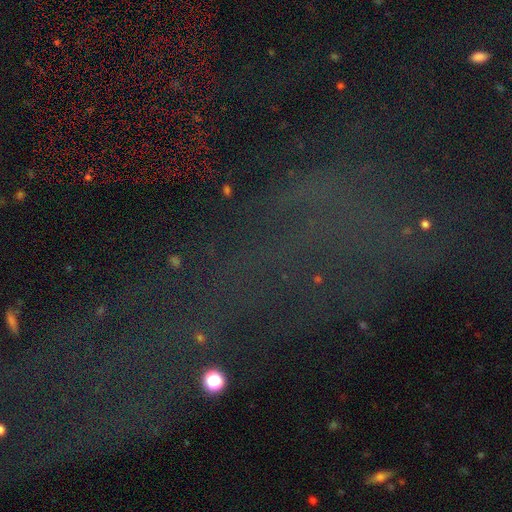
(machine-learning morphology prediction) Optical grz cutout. It shows a star or artifact, not a galaxy (71%).